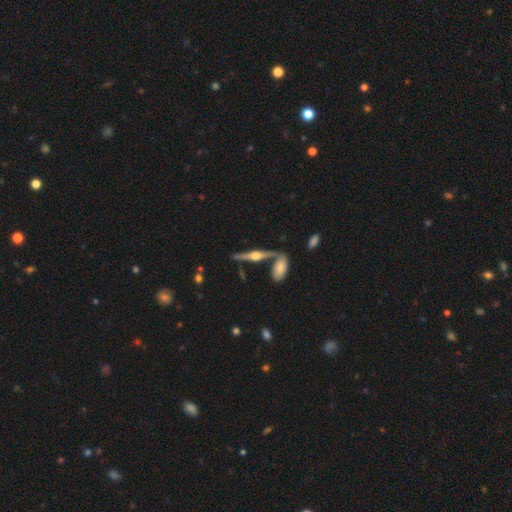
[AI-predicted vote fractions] The model was most divided on "merging": none: 72%, merger: 15%, minor disturbance: 10%, major disturbance: 3%. More confident: edge-on disk — yes (97%); edge-on bulge — rounded (94%); smooth or featured — featured or disk (79%).